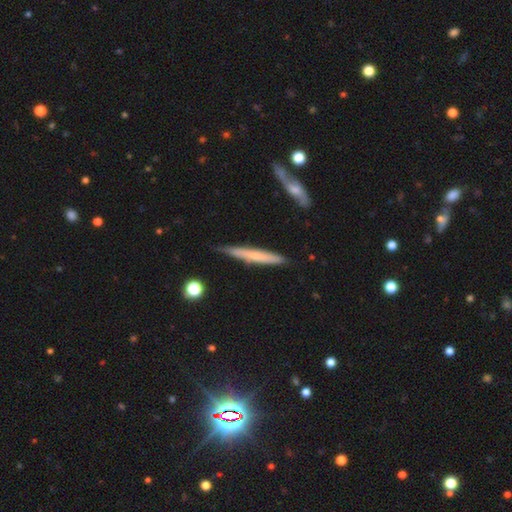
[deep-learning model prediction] Smooth or featured? Predicted: smooth (p=0.53). How rounded? Predicted: cigar-shaped (p=0.95). Merging? Predicted: none (p=0.77).